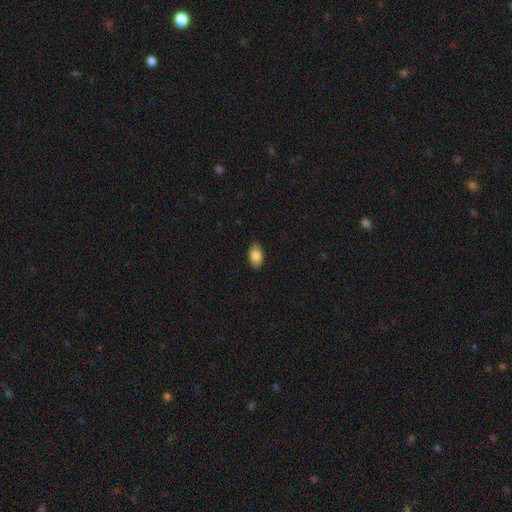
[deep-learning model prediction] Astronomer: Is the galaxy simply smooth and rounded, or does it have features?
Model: smooth — 84%.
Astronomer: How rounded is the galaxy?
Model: in between — 92%.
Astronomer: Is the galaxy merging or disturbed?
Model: none — 88%.